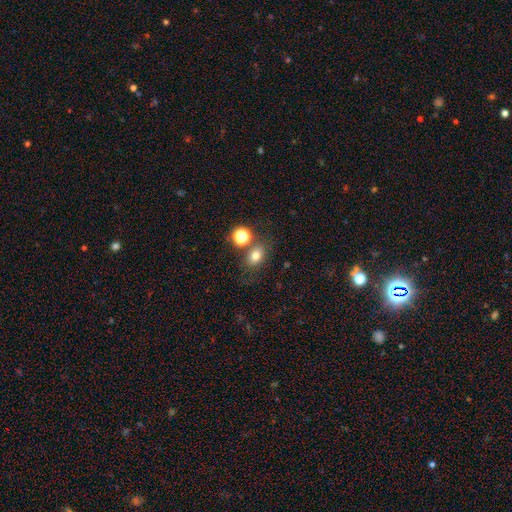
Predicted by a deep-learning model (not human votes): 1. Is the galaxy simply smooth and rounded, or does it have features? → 74% smooth, 16% star or artifact, 10% featured or disk.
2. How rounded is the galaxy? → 58% in between, 40% round, 1% cigar-shaped.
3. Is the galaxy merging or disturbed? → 67% none, 15% merger, 13% minor disturbance, 5% major disturbance.